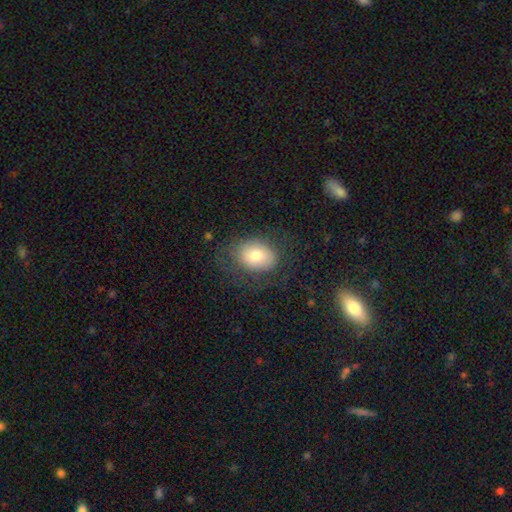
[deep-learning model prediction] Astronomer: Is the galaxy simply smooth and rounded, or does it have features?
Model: smooth — 72%.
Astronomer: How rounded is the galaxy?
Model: in between — 73%.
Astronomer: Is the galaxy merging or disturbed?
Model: none — 65%.